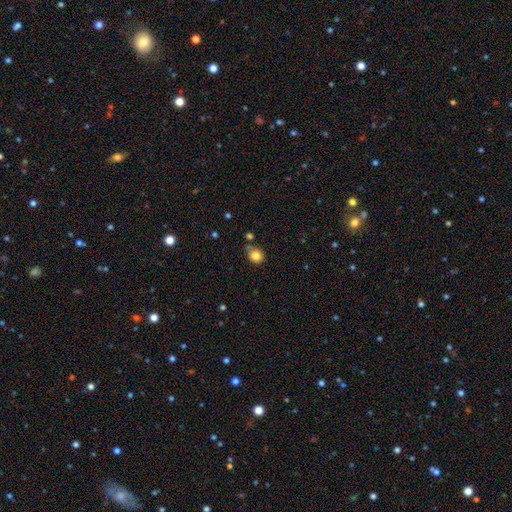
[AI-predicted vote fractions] smooth 83%, star or artifact 10%, featured or disk 7%. Down the decision tree: how rounded — round (71%); merging — none (62%).